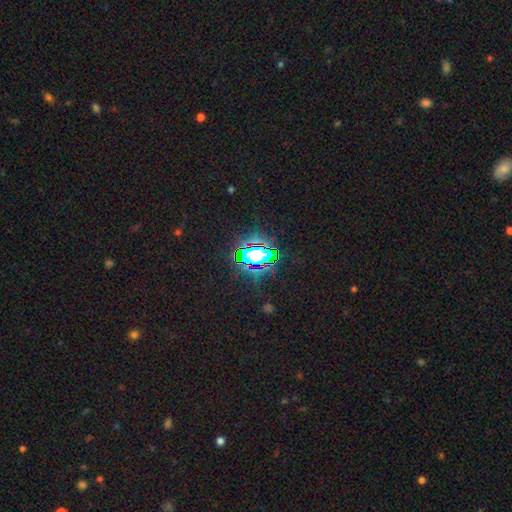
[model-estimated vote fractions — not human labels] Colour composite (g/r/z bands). It shows a star or artifact, not a galaxy (70%).